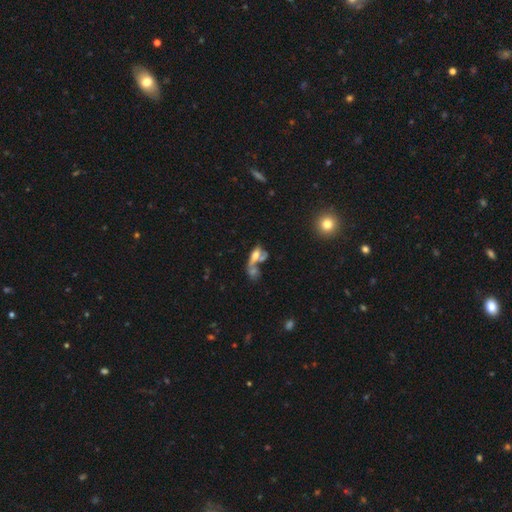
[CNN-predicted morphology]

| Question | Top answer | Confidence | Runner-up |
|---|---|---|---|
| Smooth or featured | smooth | 49% | featured or disk (37%) |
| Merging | merger | 58% | none (19%) |